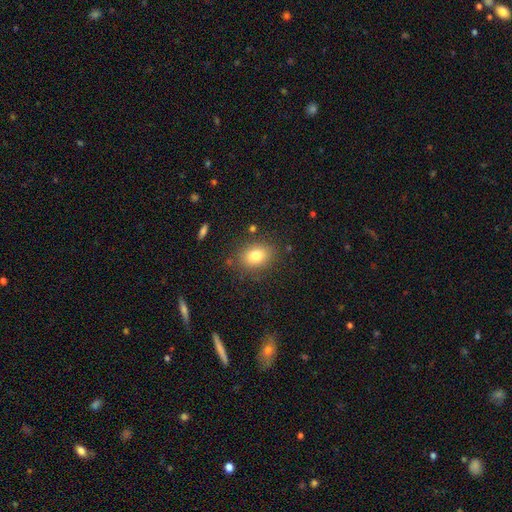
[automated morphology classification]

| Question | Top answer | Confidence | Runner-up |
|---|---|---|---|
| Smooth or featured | smooth | 80% | star or artifact (10%) |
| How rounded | in between | 69% | round (30%) |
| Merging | none | 83% | minor disturbance (11%) |